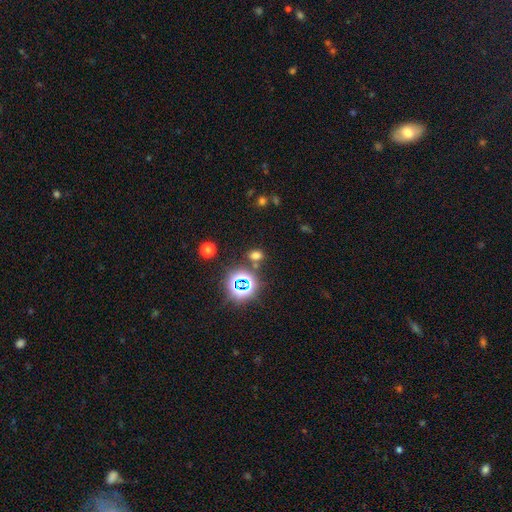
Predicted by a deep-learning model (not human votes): Smooth or featured? Predicted: smooth (p=0.58). How rounded? Predicted: in between (p=0.59). Merging? Predicted: none (p=0.76).